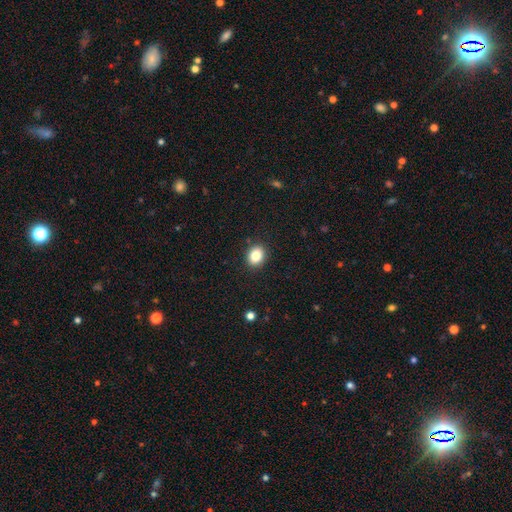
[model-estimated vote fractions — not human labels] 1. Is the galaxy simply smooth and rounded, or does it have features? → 85% smooth, 9% star or artifact, 6% featured or disk.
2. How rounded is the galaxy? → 51% round, 48% in between, 1% cigar-shaped.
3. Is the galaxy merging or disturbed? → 90% none, 7% minor disturbance, 2% major disturbance, 1% merger.